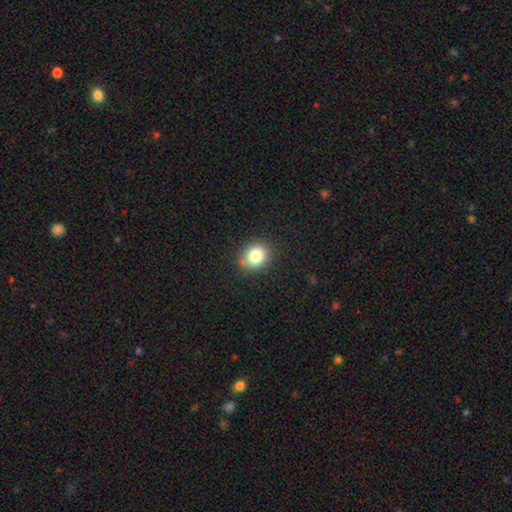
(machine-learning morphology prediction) Smooth or featured?
  - smooth: 81% *
  - star or artifact: 11%
  - featured or disk: 8%
How rounded?
  - round: 67% *
  - in between: 32%
  - cigar-shaped: 1%
Merging?
  - none: 83% *
  - minor disturbance: 12%
  - major disturbance: 3%
  - merger: 2%